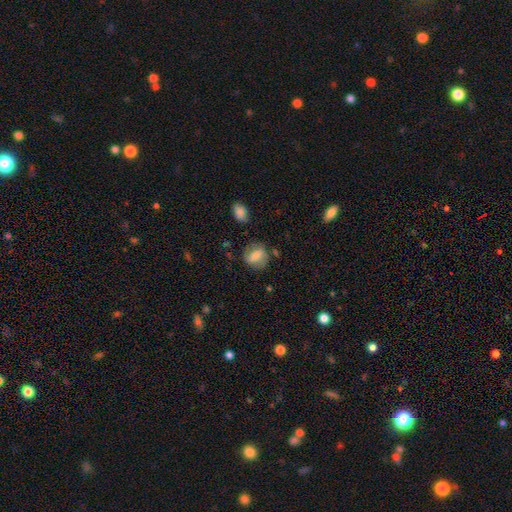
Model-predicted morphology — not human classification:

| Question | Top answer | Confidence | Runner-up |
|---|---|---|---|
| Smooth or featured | smooth | 60% | featured or disk (32%) |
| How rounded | in between | 51% | round (46%) |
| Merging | none | 67% | minor disturbance (20%) |